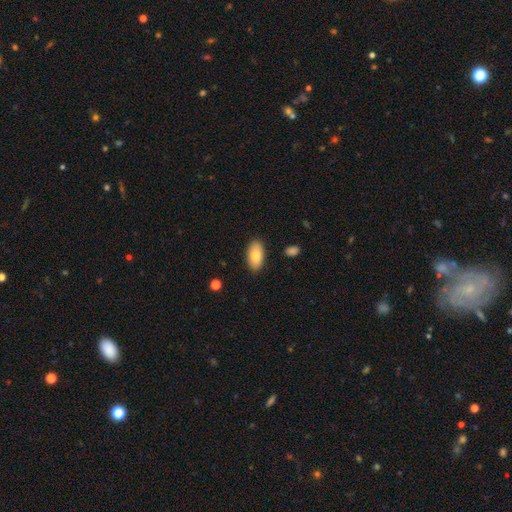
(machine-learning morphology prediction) Smooth or featured? Predicted: smooth (p=0.83). How rounded? Predicted: in between (p=0.94). Merging? Predicted: none (p=0.87).